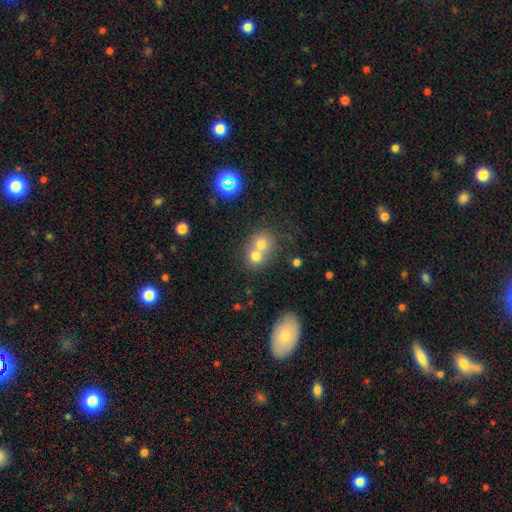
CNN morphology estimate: Overall: smooth (69%). How rounded: round (76%). Merging: merger (65%; none 28%).